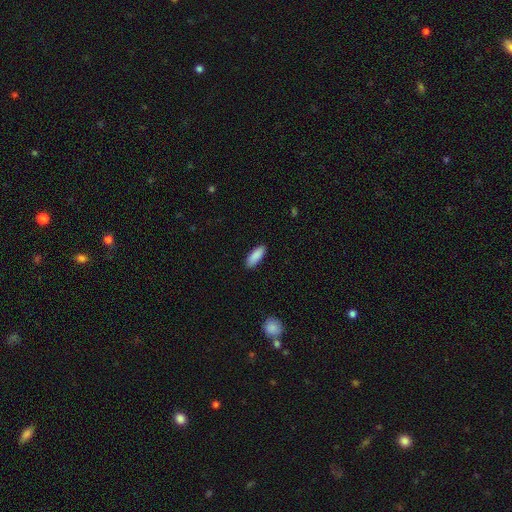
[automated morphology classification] smooth-or-featured: smooth: 90% | star or artifact: 6% | featured or disk: 5%
  how-rounded: in between: 65% | cigar-shaped: 33% | round: 2%
  merging: none: 89% | minor disturbance: 9% | major disturbance: 2% | merger: 1%